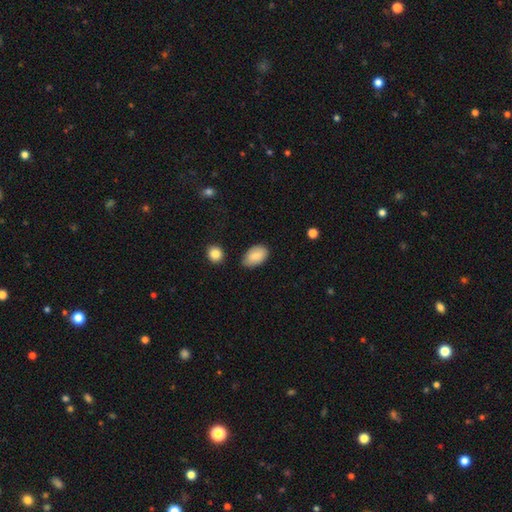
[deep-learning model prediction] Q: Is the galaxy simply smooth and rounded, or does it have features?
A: smooth — 86%.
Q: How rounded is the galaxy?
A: in between — 93%.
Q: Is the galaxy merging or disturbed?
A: none — 73%.